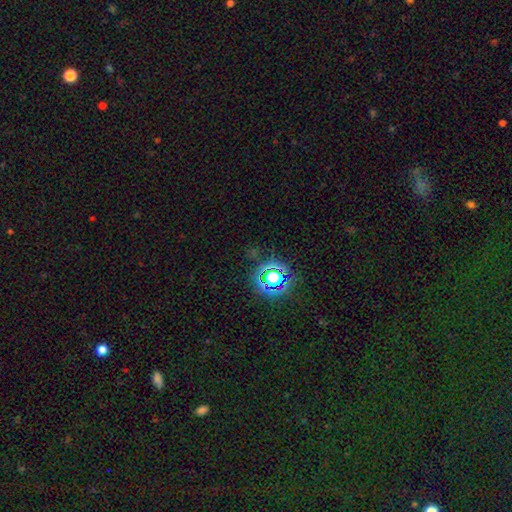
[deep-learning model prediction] Q: Smooth or featured?
A: star or artifact (72%); runner-up: smooth (20%)